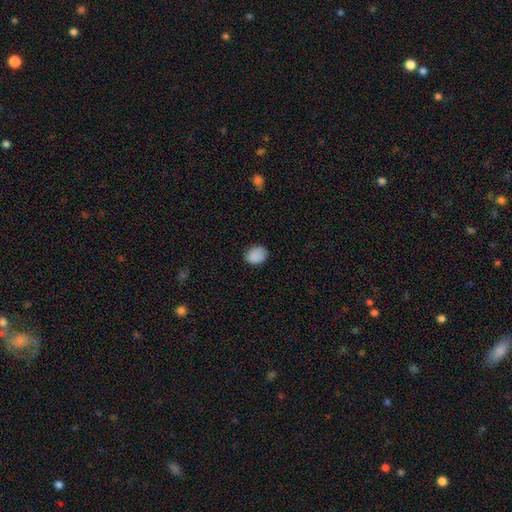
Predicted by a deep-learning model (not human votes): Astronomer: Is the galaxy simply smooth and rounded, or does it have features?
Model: smooth — 88%.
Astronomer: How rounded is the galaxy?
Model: in between — 56% (runner-up: round, 43%).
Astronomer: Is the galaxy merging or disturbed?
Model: none — 82%.